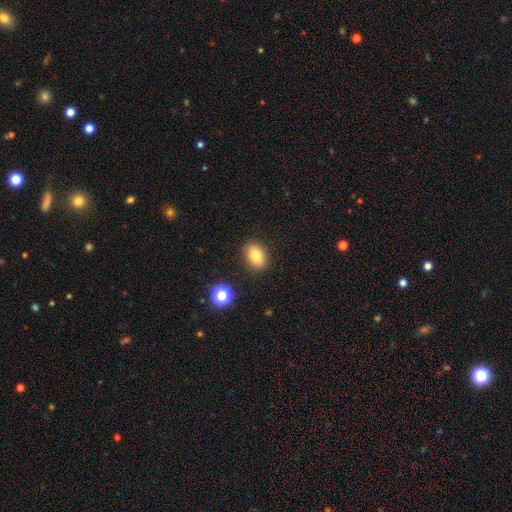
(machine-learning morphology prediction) The model was most divided on "how rounded": in between: 83%, round: 16%, cigar-shaped: 2%. More confident: merging — none (86%); smooth or featured — smooth (81%).